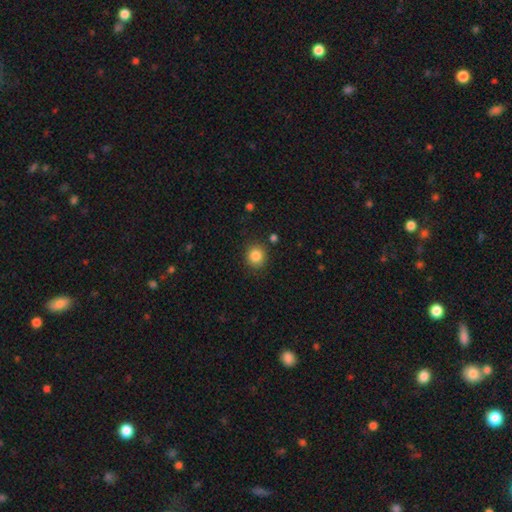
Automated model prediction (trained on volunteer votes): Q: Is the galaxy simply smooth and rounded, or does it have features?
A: smooth — 86%.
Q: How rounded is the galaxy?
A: round — 87%.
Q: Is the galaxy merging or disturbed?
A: none — 86%.